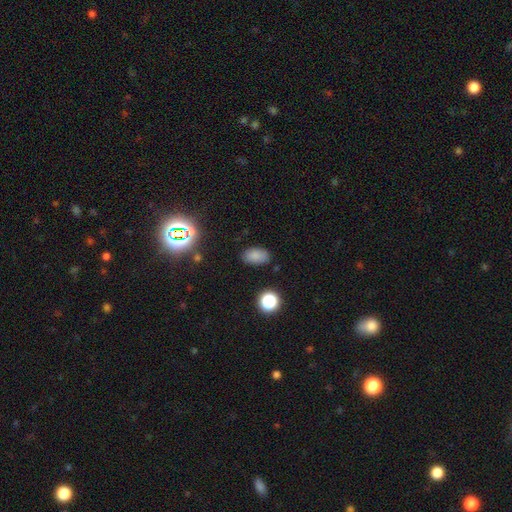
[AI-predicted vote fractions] The model was most divided on "smooth or featured": smooth: 80%, star or artifact: 14%, featured or disk: 6%. More confident: how rounded — in between (90%); merging — none (83%).